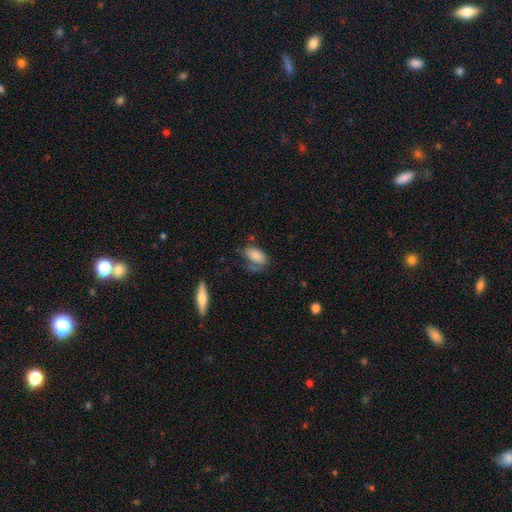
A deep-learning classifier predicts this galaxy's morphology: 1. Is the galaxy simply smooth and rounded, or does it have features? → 78% smooth, 15% featured or disk, 7% star or artifact.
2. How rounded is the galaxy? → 92% in between, 5% round, 4% cigar-shaped.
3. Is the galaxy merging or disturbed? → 45% none, 29% minor disturbance, 17% major disturbance, 8% merger.